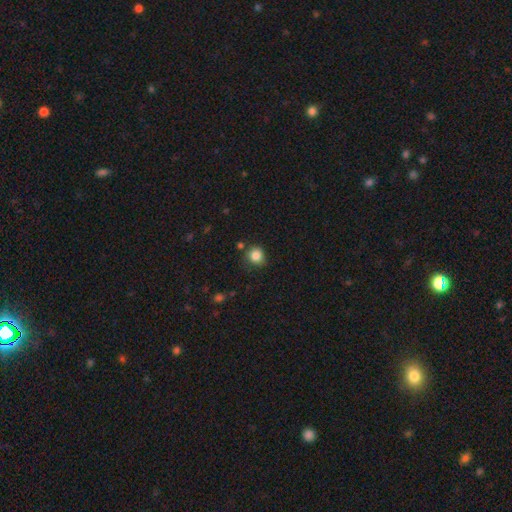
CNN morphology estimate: smooth-or-featured: smooth: 84% | star or artifact: 11% | featured or disk: 5%
  how-rounded: round: 85% | in between: 14% | cigar-shaped: 1%
  merging: none: 72% | minor disturbance: 19% | major disturbance: 5% | merger: 4%